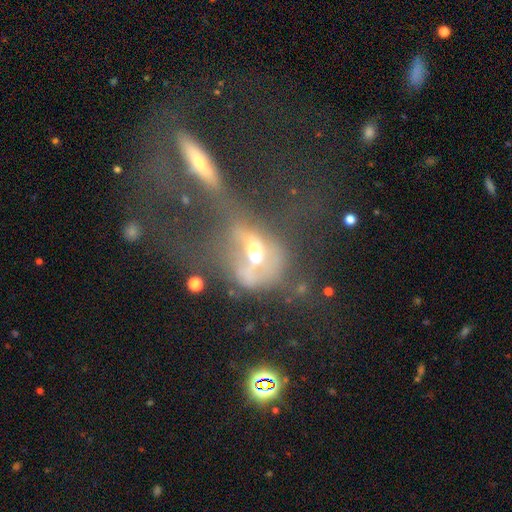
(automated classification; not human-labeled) Morphology: type=featured or disk (56%); edge-on=no (81%); merging=merger (46%).